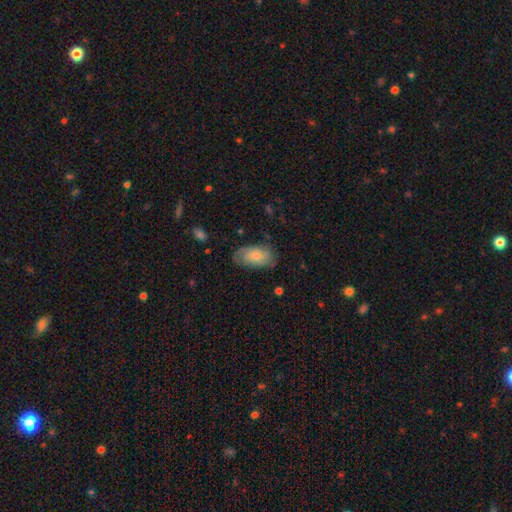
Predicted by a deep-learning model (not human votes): Smooth or featured? Predicted: smooth (p=0.74). How rounded? Predicted: in between (p=0.93). Merging? Predicted: none (p=0.70).